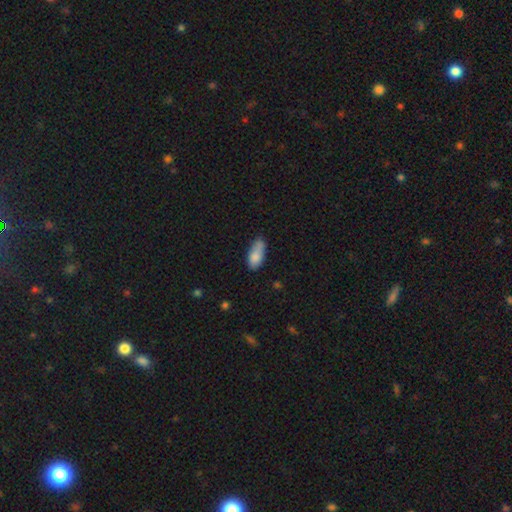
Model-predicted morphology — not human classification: This is clearly a smooth galaxy (82%). How rounded: clearly in between (83%). Merging: possibly none (53%).